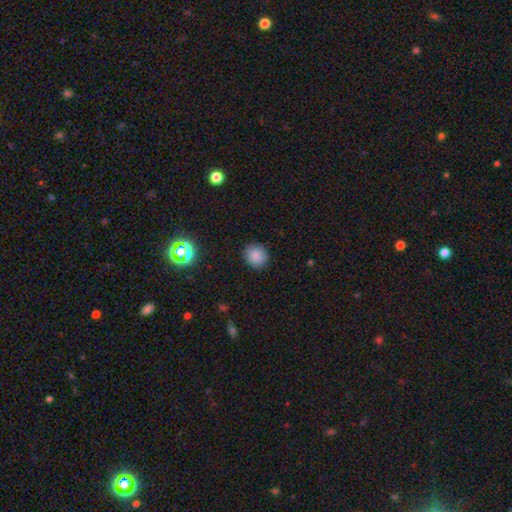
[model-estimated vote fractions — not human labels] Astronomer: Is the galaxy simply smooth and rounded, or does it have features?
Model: smooth — 84%.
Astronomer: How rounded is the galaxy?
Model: round — 87%.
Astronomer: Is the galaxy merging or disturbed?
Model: none — 89%.